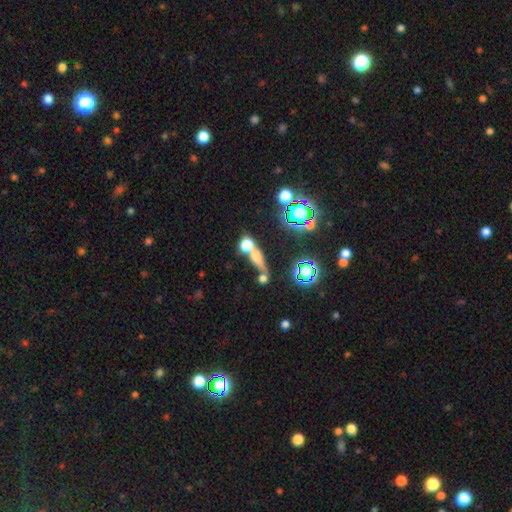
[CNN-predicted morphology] Smooth or featured?
  - smooth: 56% *
  - featured or disk: 22%
  - star or artifact: 21%
How rounded?
  - in between: 35% *
  - round: 34%
  - cigar-shaped: 30%
Merging?
  - merger: 48% *
  - none: 34%
  - minor disturbance: 10%
  - major disturbance: 8%